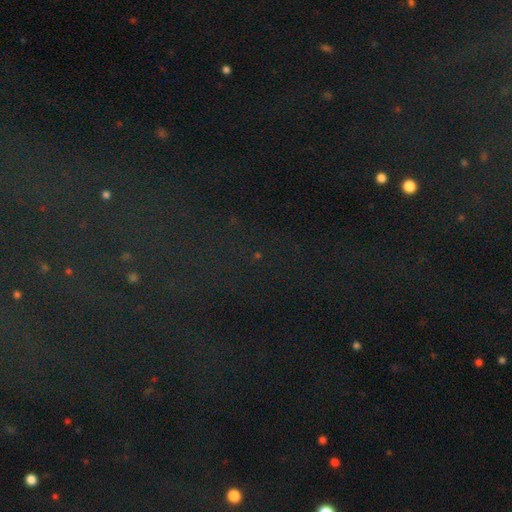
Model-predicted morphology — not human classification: Smooth or featured: star or artifact — 81% (smooth — 11%)